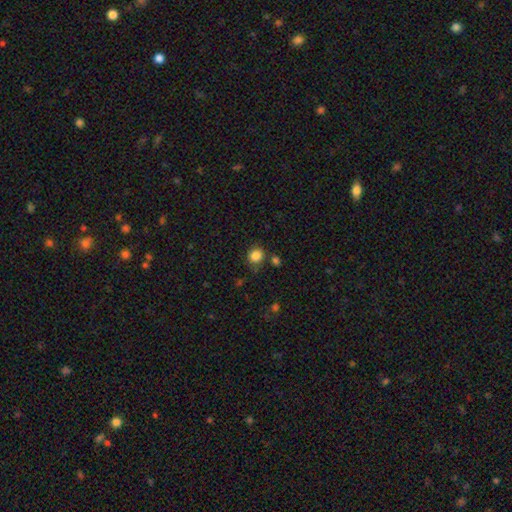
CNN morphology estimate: smooth_or_featured: smooth (p=0.85) [alt: star or artifact p=0.11]
how_rounded: round (p=0.73) [alt: in between p=0.26]
merging: none (p=0.76) [alt: minor disturbance p=0.14]